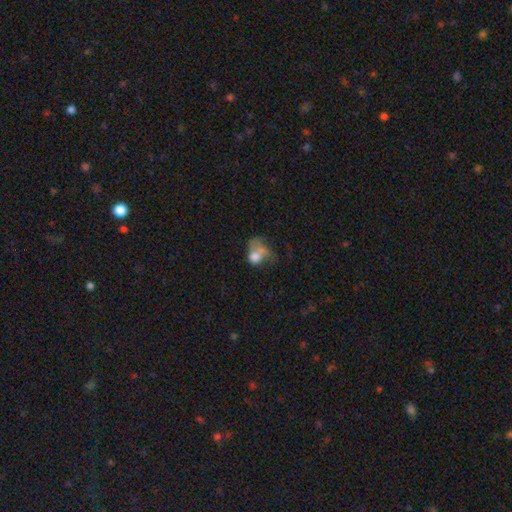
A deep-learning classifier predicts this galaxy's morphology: This is likely a smooth galaxy (61%). How rounded: possibly in between (57%). Merging: marginally major disturbance (37%).